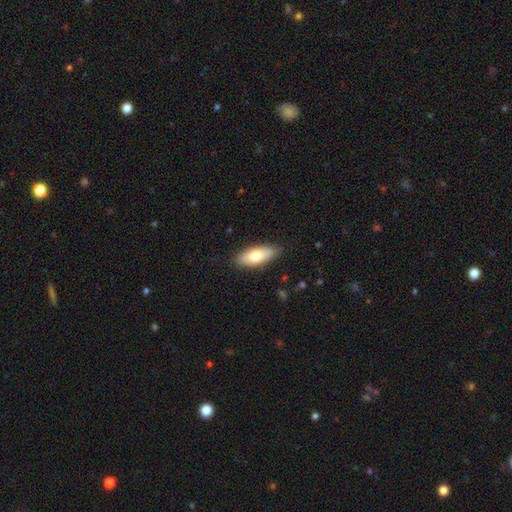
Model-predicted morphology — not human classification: This is likely a smooth galaxy (73%). How rounded: likely in between (78%). Merging: clearly none (86%).